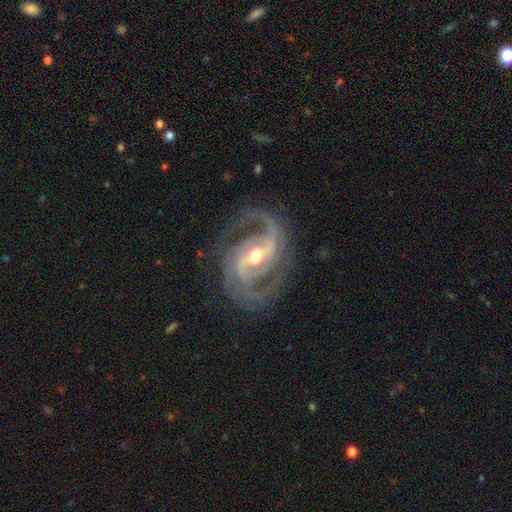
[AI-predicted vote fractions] featured or disk 93%, star or artifact 4%, smooth 3%. Down the decision tree: edge-on disk — no (97%); bar — strong (53%); spiral arms — yes (98%); spiral arm count — 2 (81%); spiral winding — medium (59%); bulge size — moderate (62%); merging — none (77%).